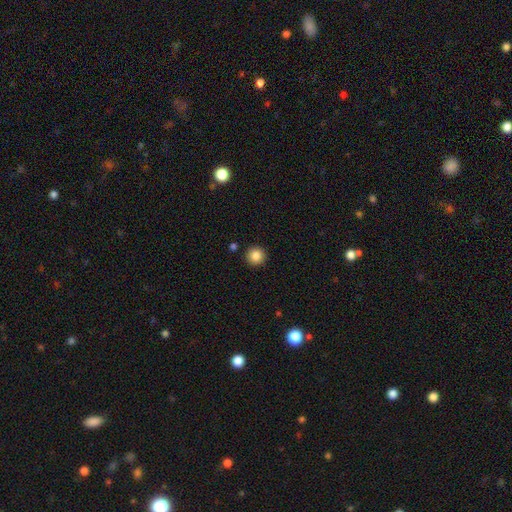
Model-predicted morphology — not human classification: smooth-or-featured: smooth: 86% | star or artifact: 10% | featured or disk: 5%
  how-rounded: round: 95% | in between: 4% | cigar-shaped: 1%
  merging: none: 92% | minor disturbance: 5% | merger: 2% | major disturbance: 2%